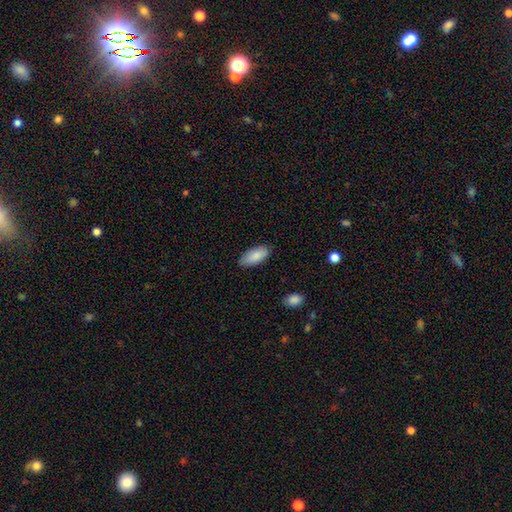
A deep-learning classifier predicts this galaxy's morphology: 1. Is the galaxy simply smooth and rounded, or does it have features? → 87% smooth, 7% featured or disk, 6% star or artifact.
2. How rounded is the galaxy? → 90% in between, 9% cigar-shaped, 2% round.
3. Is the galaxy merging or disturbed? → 85% none, 12% minor disturbance, 2% major disturbance, 1% merger.